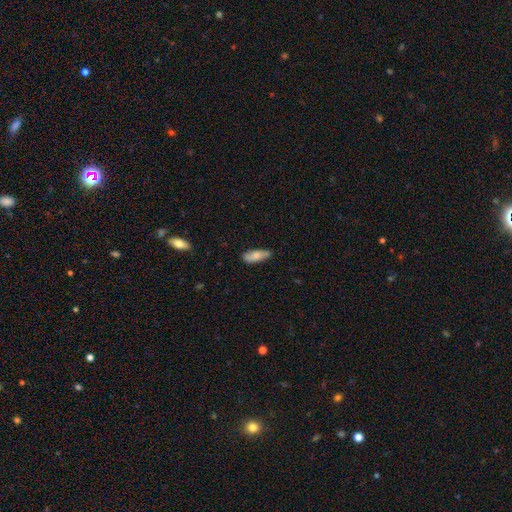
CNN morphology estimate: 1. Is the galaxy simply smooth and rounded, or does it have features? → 76% smooth, 18% featured or disk, 6% star or artifact.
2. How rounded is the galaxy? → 65% in between, 33% cigar-shaped, 2% round.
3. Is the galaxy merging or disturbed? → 77% none, 19% minor disturbance, 3% major disturbance, 2% merger.